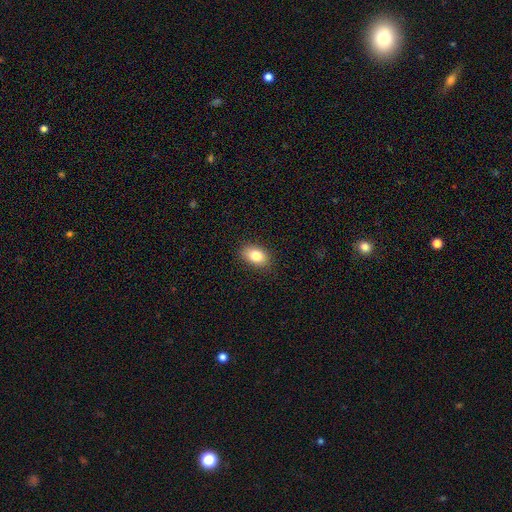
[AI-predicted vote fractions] This appears to be a smooth galaxy with no disk features (83%) that is in between round and cigar-shaped (86%). Merging: none (88%).